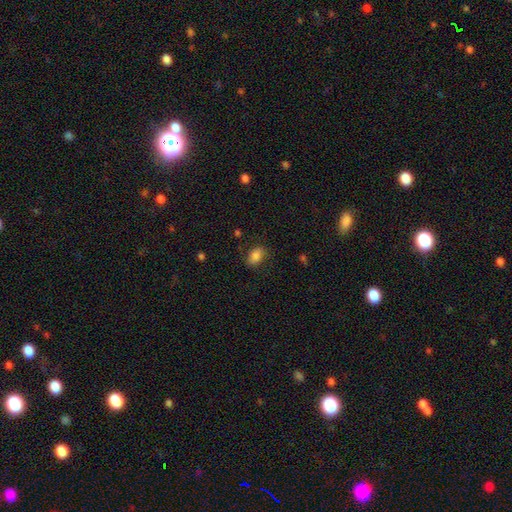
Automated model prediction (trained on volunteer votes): Smooth or featured? smooth (82%)
How rounded? in between (87%)
Merging? none (77%)